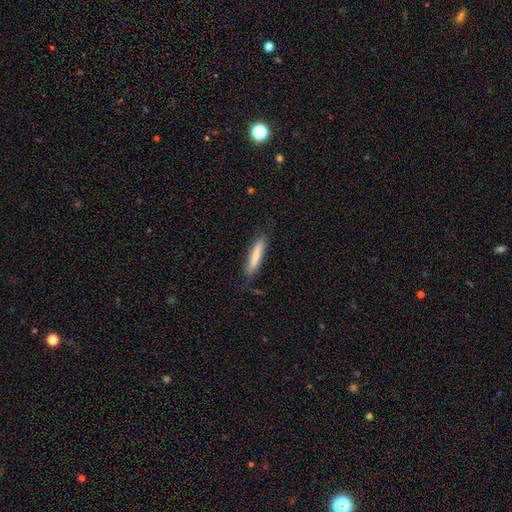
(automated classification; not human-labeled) The model was most divided on "smooth or featured": smooth: 72%, featured or disk: 22%, star or artifact: 6%. More confident: how rounded — cigar-shaped (88%); merging — none (80%).